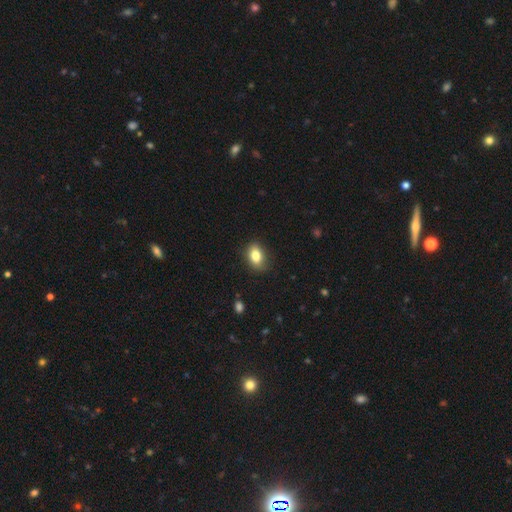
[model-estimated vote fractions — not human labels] Morphology: type=smooth (83%); roundness=in between (82%); merging=none (84%).